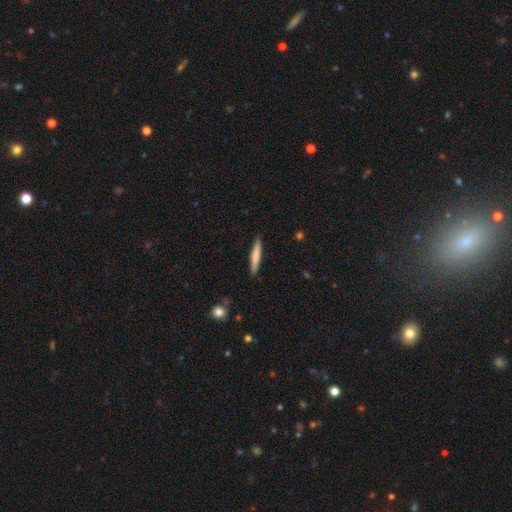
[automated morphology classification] Smooth or featured?
  - smooth: 73% *
  - featured or disk: 22%
  - star or artifact: 5%
How rounded?
  - cigar-shaped: 94% *
  - in between: 5%
  - round: 1%
Merging?
  - none: 90% *
  - minor disturbance: 8%
  - major disturbance: 2%
  - merger: 1%